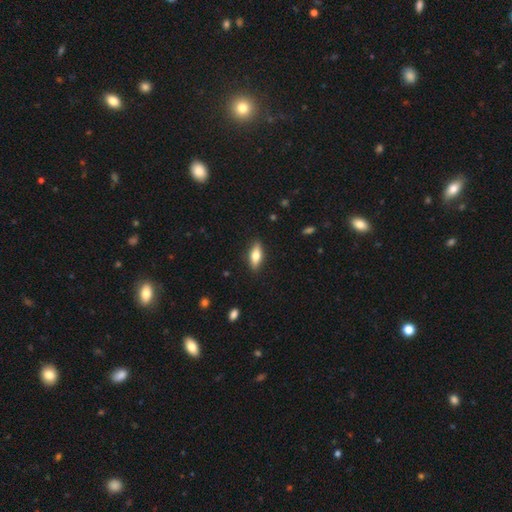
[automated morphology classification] smooth-or-featured: smooth: 64% | featured or disk: 29% | star or artifact: 6%
  how-rounded: in between: 65% | cigar-shaped: 32% | round: 3%
  merging: none: 88% | minor disturbance: 9% | major disturbance: 2% | merger: 1%